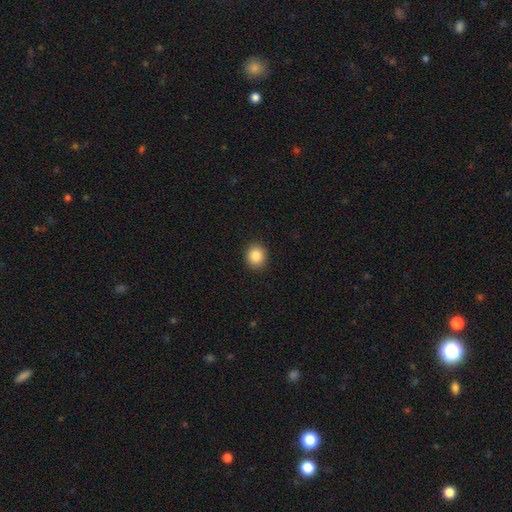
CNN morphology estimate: The model was most divided on "how rounded": round: 81%, in between: 18%, cigar-shaped: 1%. More confident: merging — none (91%); smooth or featured — smooth (87%).